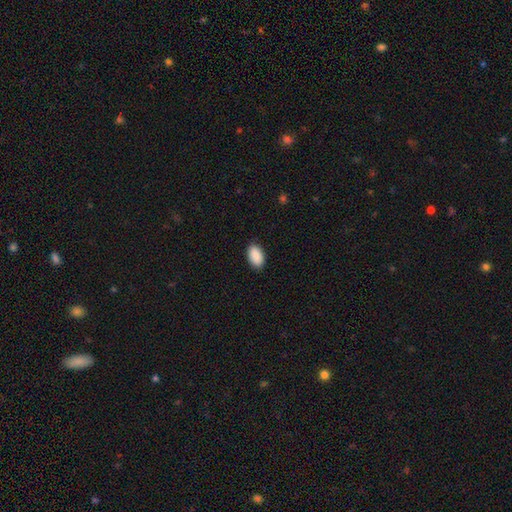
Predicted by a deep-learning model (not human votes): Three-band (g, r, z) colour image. It shows a smooth galaxy with no disk features (90%) that is in between round and cigar-shaped (94%). Merging: none (89%).